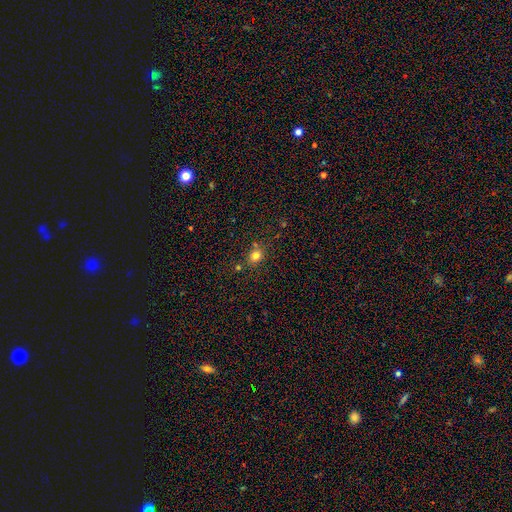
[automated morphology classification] A smooth galaxy with no disk features (78%) that is round (70%).

Vote fractions:
- Smooth or featured? smooth: 78% / star or artifact: 15% / featured or disk: 7%
- How rounded? round: 70% / in between: 29% / cigar-shaped: 1%
- Merging? none: 74% / minor disturbance: 12% / merger: 10% / major disturbance: 4%